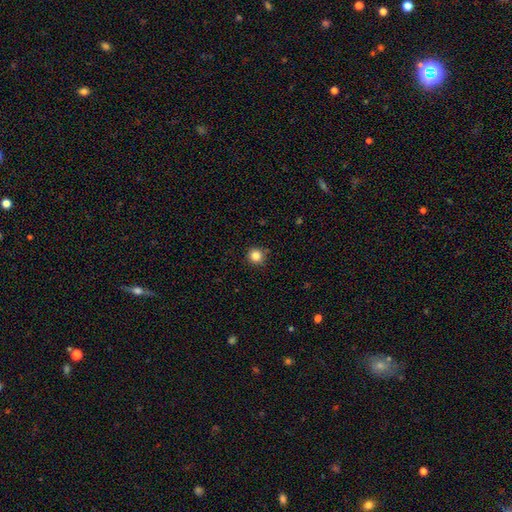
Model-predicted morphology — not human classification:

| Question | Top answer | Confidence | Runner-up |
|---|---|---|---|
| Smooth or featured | smooth | 85% | star or artifact (11%) |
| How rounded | round | 93% | in between (6%) |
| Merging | none | 90% | minor disturbance (7%) |